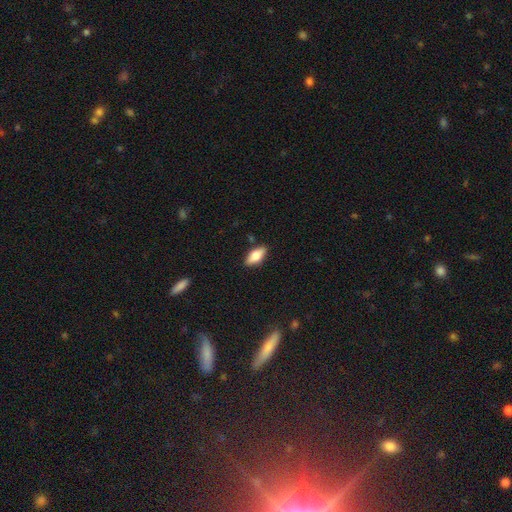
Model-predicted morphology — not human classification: Smooth or featured?
  - smooth: 69% *
  - featured or disk: 24%
  - star or artifact: 7%
How rounded?
  - in between: 80% *
  - cigar-shaped: 17%
  - round: 3%
Merging?
  - none: 86% *
  - minor disturbance: 10%
  - major disturbance: 2%
  - merger: 2%